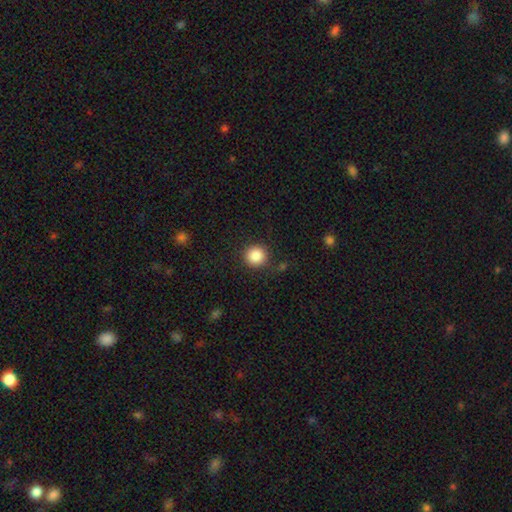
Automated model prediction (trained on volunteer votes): This is clearly a smooth galaxy (87%). How rounded: clearly round (94%). Merging: clearly none (87%).